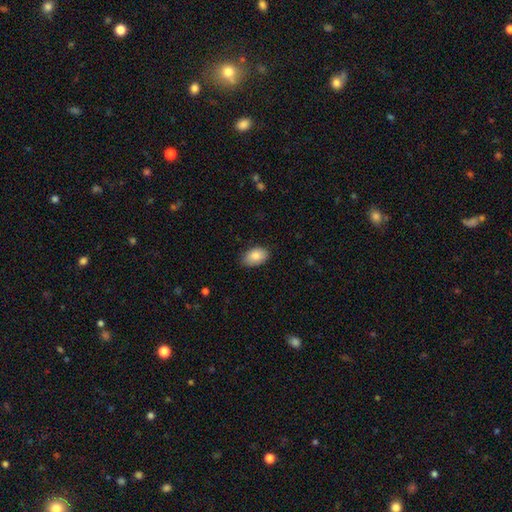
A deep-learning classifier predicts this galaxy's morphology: This appears to be a smooth galaxy with no disk features (85%) that is in between round and cigar-shaped (91%). Merging: none (82%).